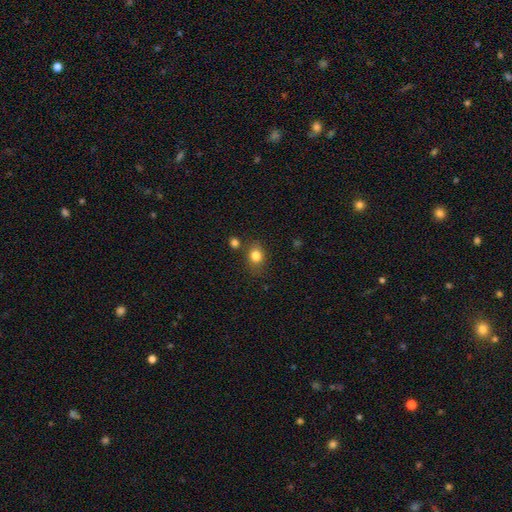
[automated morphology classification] Smooth or featured? smooth (83%)
How rounded? in between (50%)
Merging? none (73%)